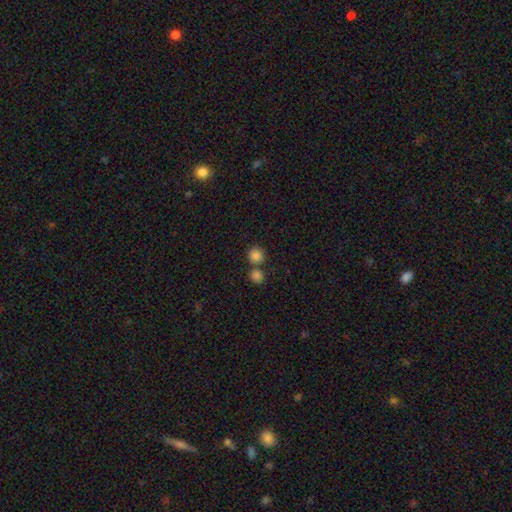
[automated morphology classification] smooth 84%, star or artifact 11%, featured or disk 5%. Down the decision tree: how rounded — round (87%); merging — none (61%).